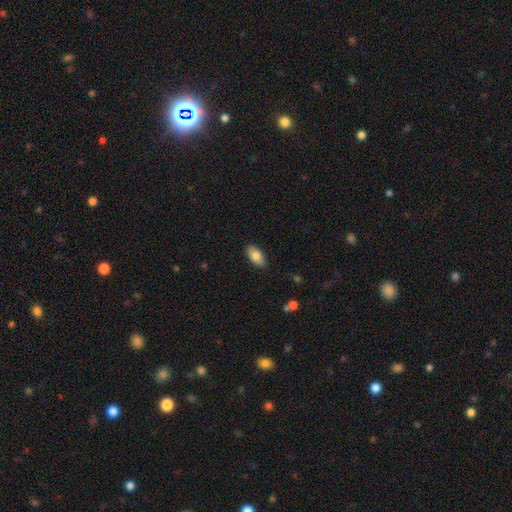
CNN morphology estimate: Q: Smooth or featured?
A: smooth (80%); runner-up: featured or disk (14%)
Q: How rounded?
A: in between (92%); runner-up: cigar-shaped (5%)
Q: Merging?
A: none (87%); runner-up: minor disturbance (10%)